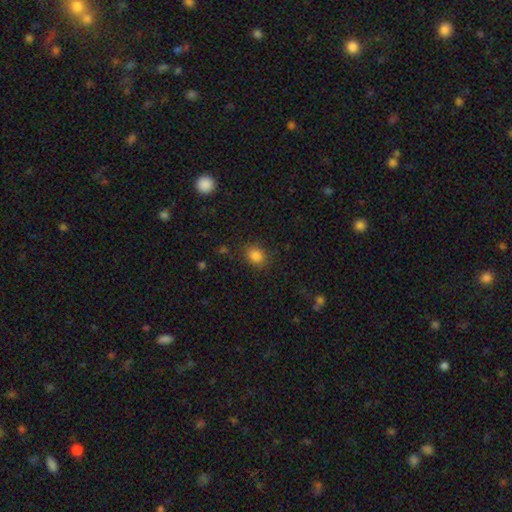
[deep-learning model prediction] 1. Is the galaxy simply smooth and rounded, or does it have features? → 85% smooth, 11% star or artifact, 4% featured or disk.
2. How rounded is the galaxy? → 56% round, 44% in between, 1% cigar-shaped.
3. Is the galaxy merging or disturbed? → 84% none, 11% minor disturbance, 4% major disturbance, 1% merger.